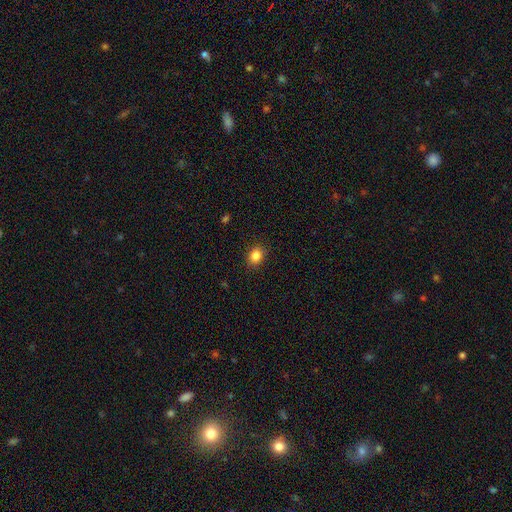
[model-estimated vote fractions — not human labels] A smooth galaxy with no disk features (85%) that is in between round and cigar-shaped (51%).

Vote fractions:
- Smooth or featured? smooth: 85% / star or artifact: 10% / featured or disk: 5%
- How rounded? in between: 51% / round: 48% / cigar-shaped: 1%
- Merging? none: 89% / minor disturbance: 8% / major disturbance: 2% / merger: 1%